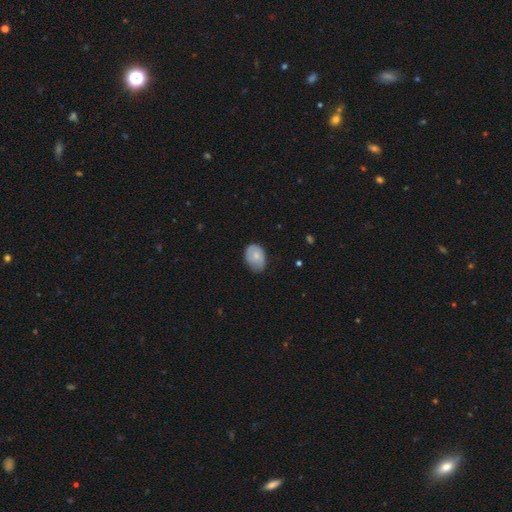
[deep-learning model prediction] Smooth or featured?
  - smooth: 68% *
  - featured or disk: 26%
  - star or artifact: 7%
How rounded?
  - in between: 76% *
  - round: 23%
  - cigar-shaped: 1%
Merging?
  - none: 51% *
  - minor disturbance: 40%
  - major disturbance: 8%
  - merger: 1%